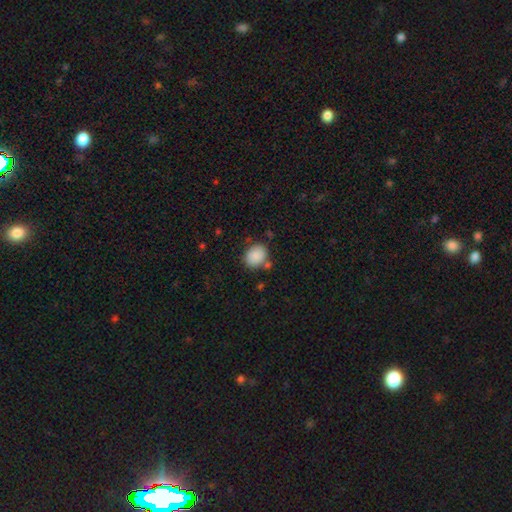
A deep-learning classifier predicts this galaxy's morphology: Smooth or featured: smooth — 88% (star or artifact — 8%)
How rounded: in between — 51% (round — 48%)
Merging: none — 76% (minor disturbance — 14%)